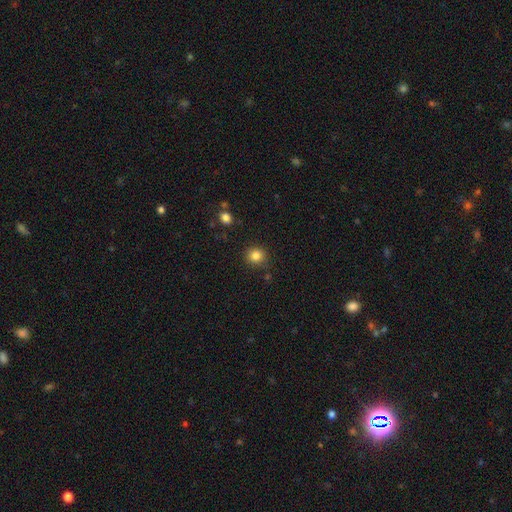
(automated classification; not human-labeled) Smooth or featured?
  - smooth: 84% *
  - star or artifact: 11%
  - featured or disk: 5%
How rounded?
  - round: 86% *
  - in between: 13%
  - cigar-shaped: 1%
Merging?
  - none: 84% *
  - minor disturbance: 10%
  - major disturbance: 3%
  - merger: 3%